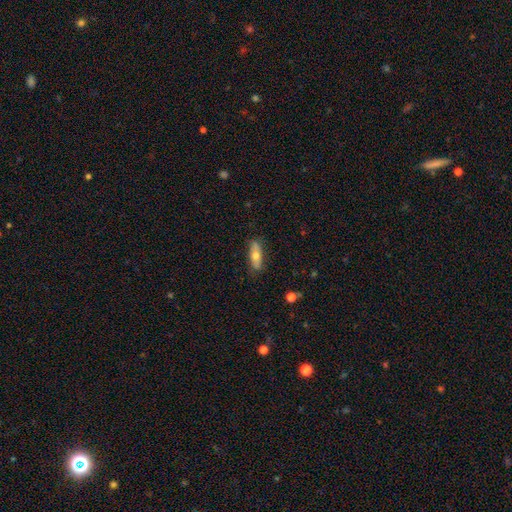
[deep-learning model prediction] The model was most divided on "how rounded": in between: 59%, cigar-shaped: 38%, round: 3%. More confident: merging — none (81%); smooth or featured — smooth (62%).